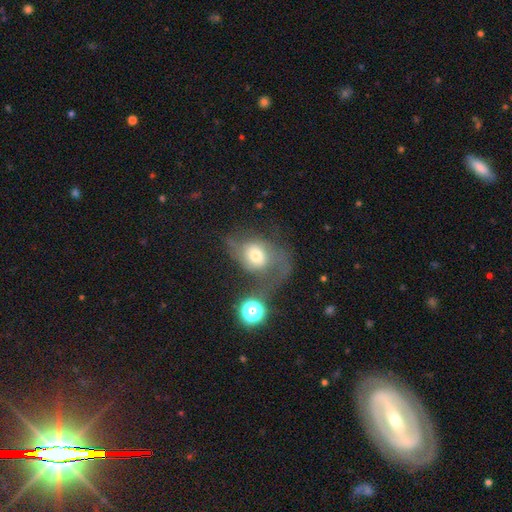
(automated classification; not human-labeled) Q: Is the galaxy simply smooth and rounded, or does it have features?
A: smooth — 46%.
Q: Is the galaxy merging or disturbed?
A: major disturbance — 44%.